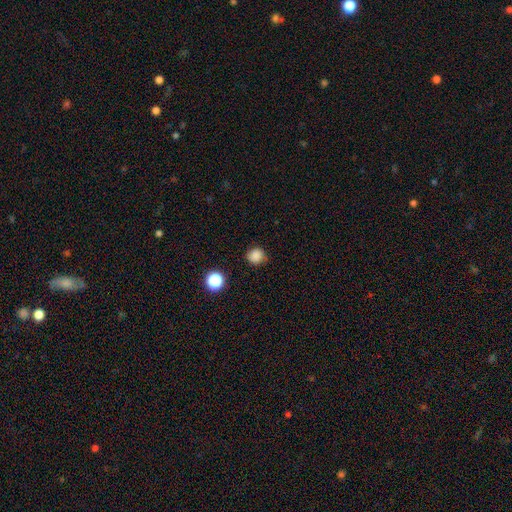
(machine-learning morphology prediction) Q: Smooth or featured?
A: smooth (84%); runner-up: star or artifact (13%)
Q: How rounded?
A: round (91%); runner-up: in between (8%)
Q: Merging?
A: none (84%); runner-up: minor disturbance (11%)